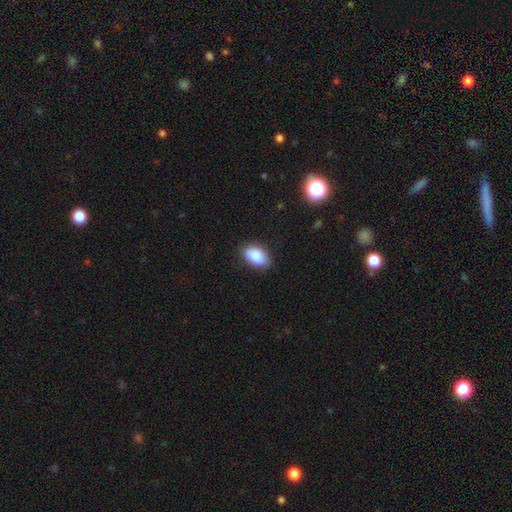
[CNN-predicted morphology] This appears to be a smooth galaxy with no disk features (87%) that is in between round and cigar-shaped (91%). Merging: none (84%).